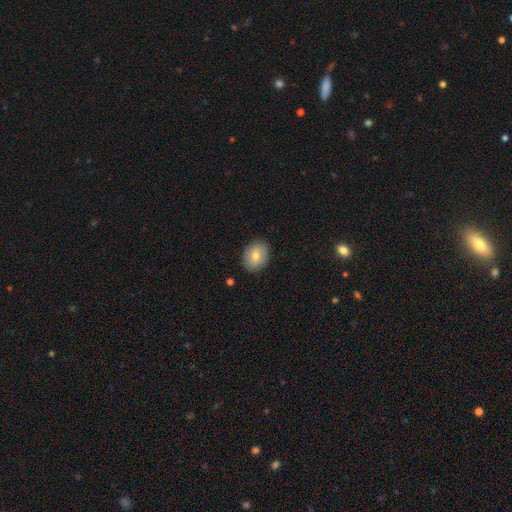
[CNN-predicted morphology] A smooth galaxy with no disk features (76%) that is in between round and cigar-shaped (64%). Merging: none (88%).